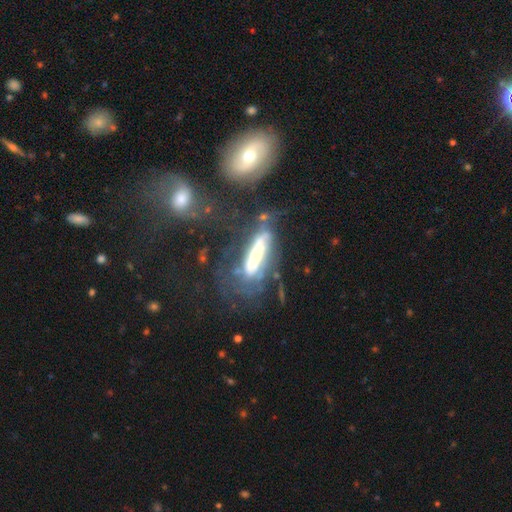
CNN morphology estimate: A featured or disk galaxy (70%) with no bar (49%), spiral arms (62%) and a moderate central bulge (45%). Merging: none (42%).